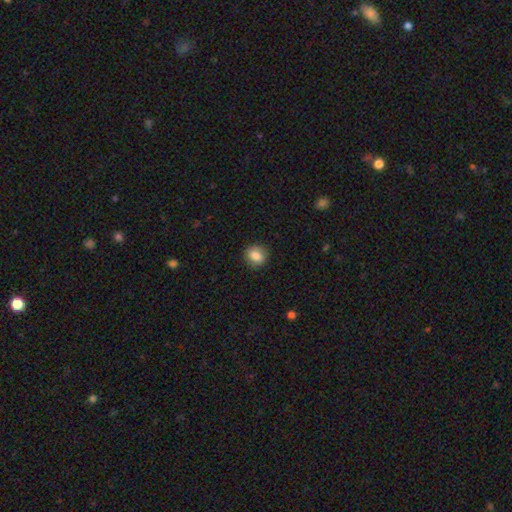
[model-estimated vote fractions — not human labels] Overall: smooth (83%). How rounded: round (73%). Merging: none (88%).